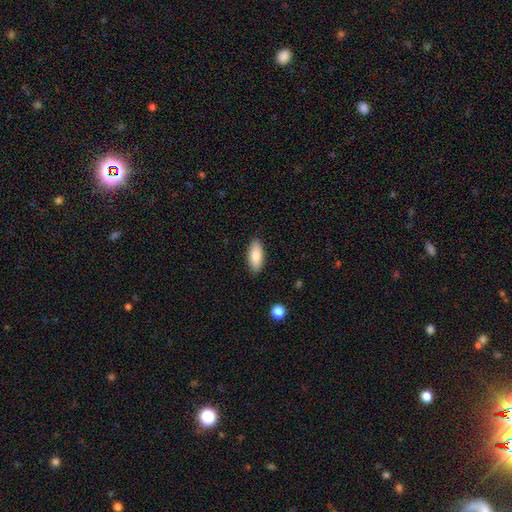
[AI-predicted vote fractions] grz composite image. It shows a smooth galaxy with no disk features (82%) that is in between round and cigar-shaped (83%). Merging: none (88%).